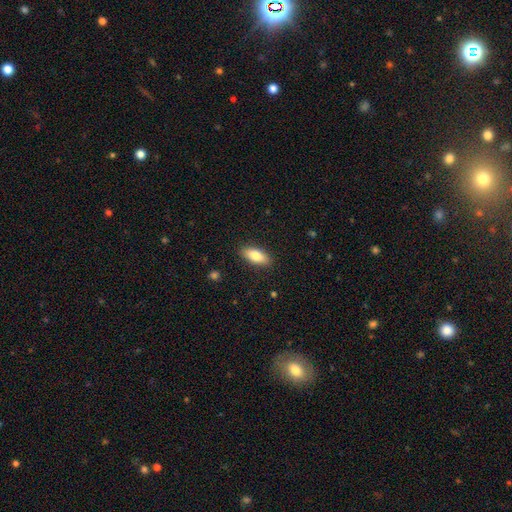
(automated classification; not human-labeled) Q: Smooth or featured?
A: smooth (79%); runner-up: featured or disk (14%)
Q: How rounded?
A: in between (82%); runner-up: cigar-shaped (16%)
Q: Merging?
A: none (88%); runner-up: minor disturbance (9%)